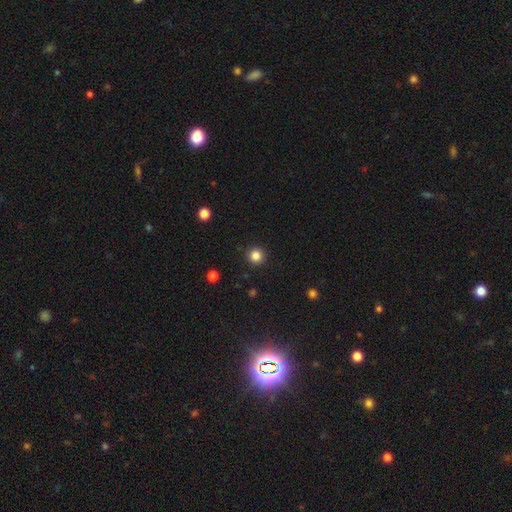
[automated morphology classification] smooth_or_featured: smooth (p=0.84) [alt: star or artifact p=0.12]
how_rounded: round (p=0.95) [alt: in between p=0.04]
merging: none (p=0.92) [alt: minor disturbance p=0.05]